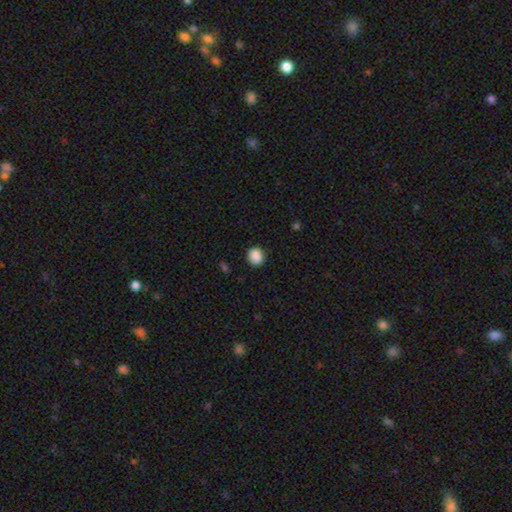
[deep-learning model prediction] This is clearly a smooth galaxy (88%). How rounded: likely round (79%). Merging: clearly none (87%).